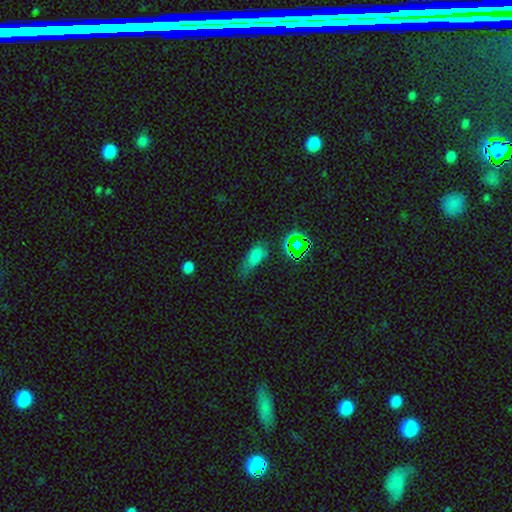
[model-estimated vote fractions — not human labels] Smooth or featured?
  - smooth: 68% *
  - star or artifact: 21%
  - featured or disk: 11%
How rounded?
  - in between: 72% *
  - cigar-shaped: 20%
  - round: 8%
Merging?
  - none: 46% *
  - minor disturbance: 34%
  - major disturbance: 15%
  - merger: 5%